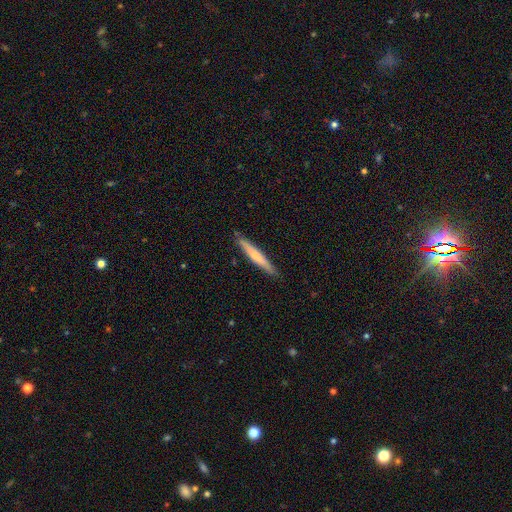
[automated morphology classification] smooth-or-featured: smooth: 59% | featured or disk: 36% | star or artifact: 5%
  how-rounded: cigar-shaped: 95% | in between: 4% | round: 1%
  merging: none: 88% | minor disturbance: 9% | major disturbance: 2% | merger: 1%